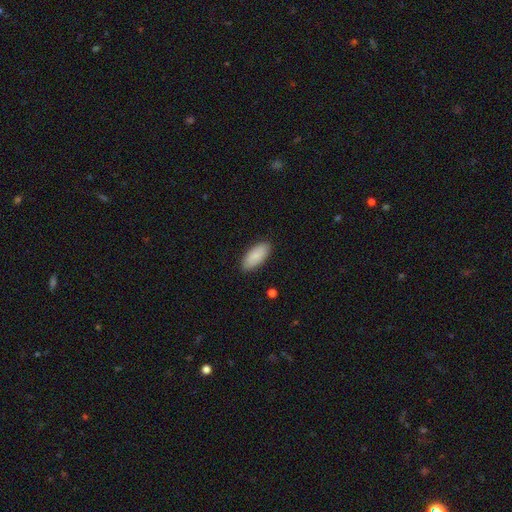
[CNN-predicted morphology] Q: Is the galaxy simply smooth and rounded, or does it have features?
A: smooth — 84%.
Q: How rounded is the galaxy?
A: in between — 89%.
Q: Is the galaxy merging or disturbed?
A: none — 87%.